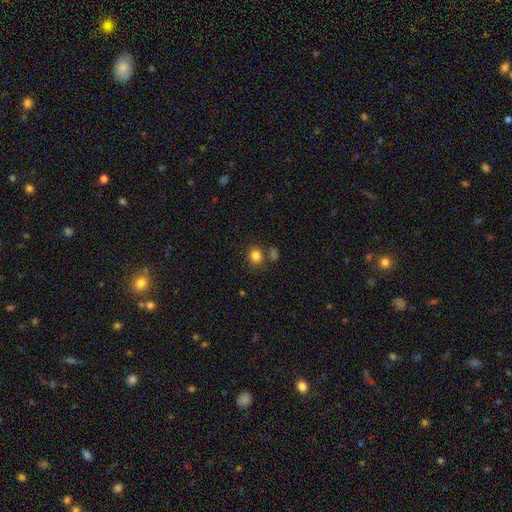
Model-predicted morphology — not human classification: Smooth or featured? Predicted: smooth (p=0.83). How rounded? Predicted: round (p=0.76). Merging? Predicted: none (p=0.73).